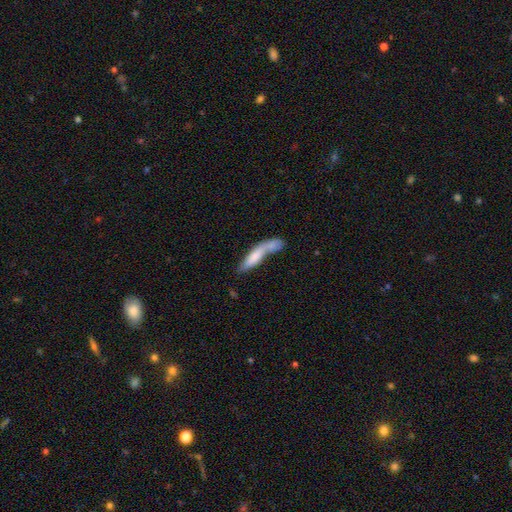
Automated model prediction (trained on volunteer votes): Smooth or featured? Predicted: smooth (p=0.71). How rounded? Predicted: cigar-shaped (p=0.72). Merging? Predicted: merger (p=0.47).